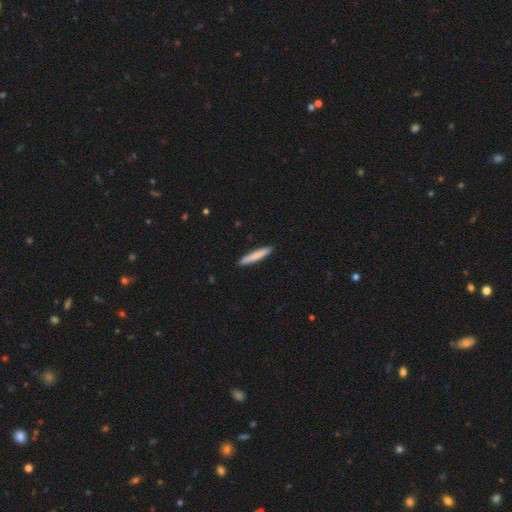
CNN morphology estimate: This appears to be a smooth galaxy with no disk features (80%) that is cigar-shaped (94%). Merging: none (91%).